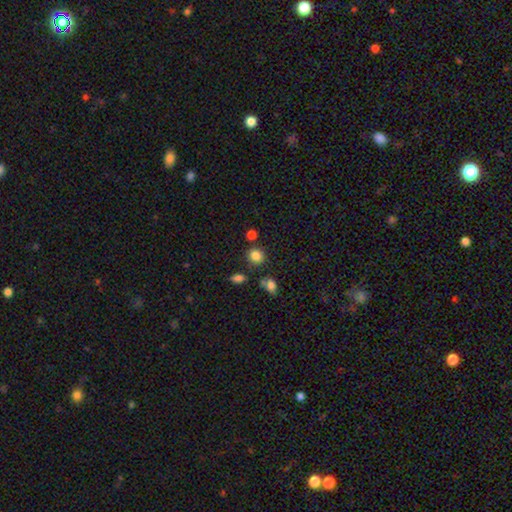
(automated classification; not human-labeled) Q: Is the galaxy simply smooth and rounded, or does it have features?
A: smooth — 84%.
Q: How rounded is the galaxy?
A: round — 77%.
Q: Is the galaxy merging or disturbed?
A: none — 76%.